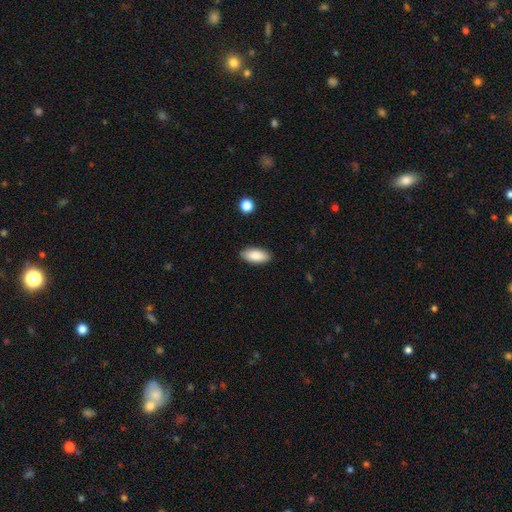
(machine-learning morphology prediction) smooth-or-featured: smooth: 88% | star or artifact: 6% | featured or disk: 6%
  how-rounded: in between: 89% | cigar-shaped: 9% | round: 2%
  merging: none: 88% | minor disturbance: 9% | major disturbance: 2% | merger: 1%